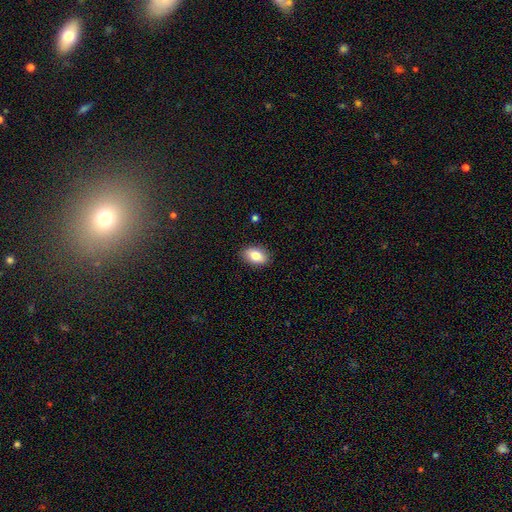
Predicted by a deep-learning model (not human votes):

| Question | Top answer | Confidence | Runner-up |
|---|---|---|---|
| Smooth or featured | smooth | 82% | featured or disk (10%) |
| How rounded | in between | 88% | round (10%) |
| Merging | none | 88% | minor disturbance (9%) |